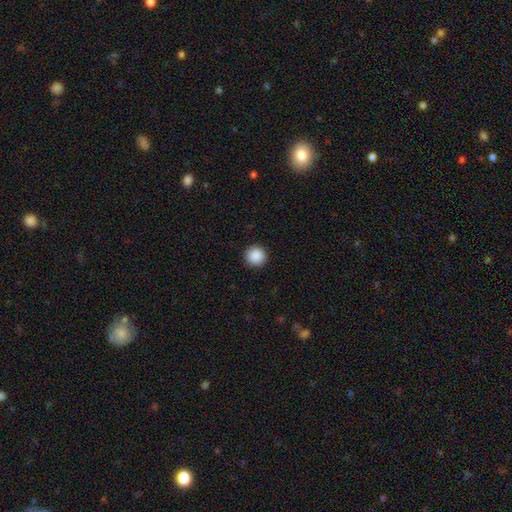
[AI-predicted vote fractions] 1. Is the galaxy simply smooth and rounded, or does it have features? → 89% smooth, 8% star or artifact, 2% featured or disk.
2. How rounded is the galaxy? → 96% round, 3% in between, 1% cigar-shaped.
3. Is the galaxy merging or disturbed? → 93% none, 4% minor disturbance, 2% major disturbance, 1% merger.